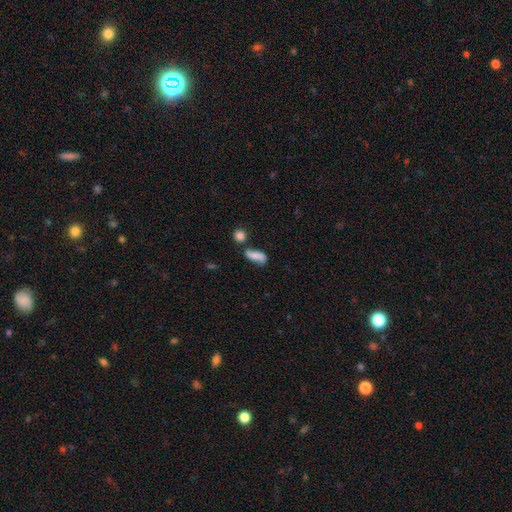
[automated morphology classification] type=smooth (64%); roundness=in between (70%); merging=none (49%).